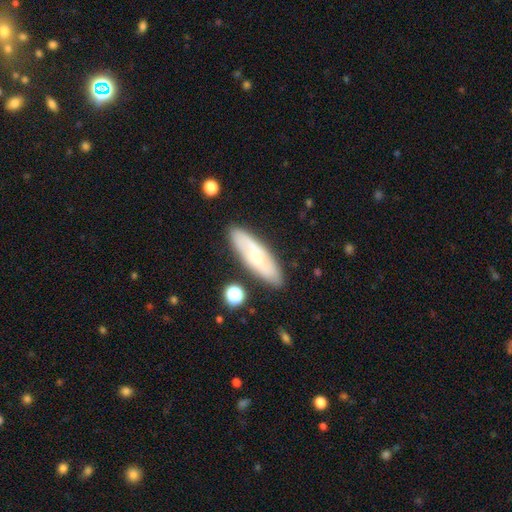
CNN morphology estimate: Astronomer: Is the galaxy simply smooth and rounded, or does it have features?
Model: smooth — 49% (runner-up: featured or disk, 45%).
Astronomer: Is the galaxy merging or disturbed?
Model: none — 83%.